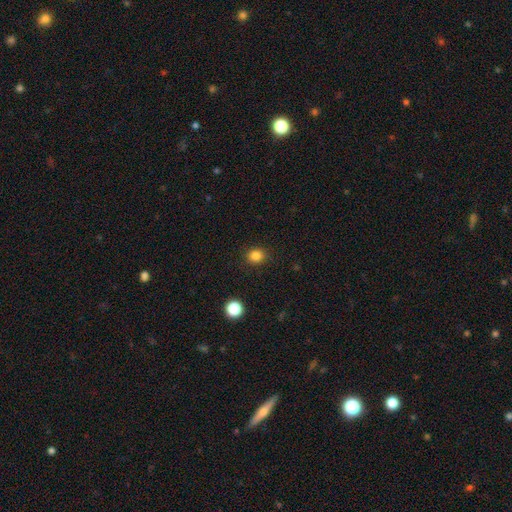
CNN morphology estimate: Smooth or featured? smooth (84%)
How rounded? round (76%)
Merging? none (89%)